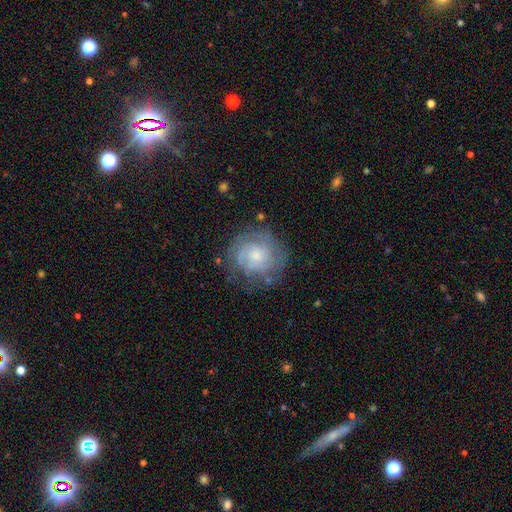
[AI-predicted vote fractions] A featured or disk galaxy (69%) with no bar (75%), tight (65%) spiral arms (88%) and a small central bulge (54%).

Vote fractions:
- Smooth or featured? featured or disk: 69% / smooth: 23% / star or artifact: 8%
- Edge-on disk? no: 98% / yes: 2%
- Bar? no: 75% / weak: 22% / strong: 3%
- Spiral arms? yes: 88% / no: 12%
- Spiral winding? tight: 65% / medium: 27% / loose: 8%
- Spiral arm count? can't tell: 44% / 2: 20% / 3: 17% / 4: 8% / 1: 6% / more than 4: 5%
- Bulge size? small: 54% / moderate: 34% / none: 7% / large: 4% / dominant: 1%
- Merging? none: 72% / minor disturbance: 18% / major disturbance: 9% / merger: 2%